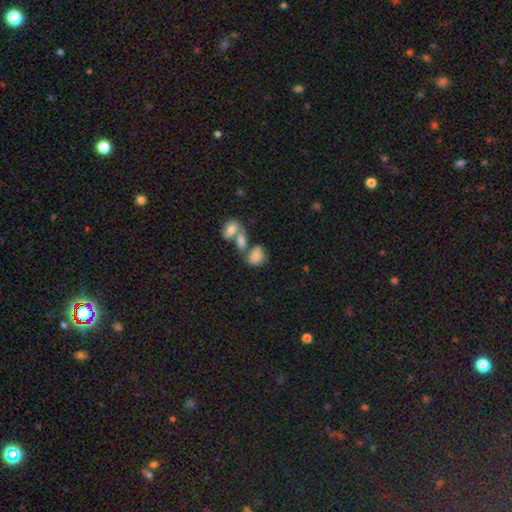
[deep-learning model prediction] Smooth or featured?
  - smooth: 78% *
  - featured or disk: 13%
  - star or artifact: 9%
How rounded?
  - in between: 60% *
  - round: 38%
  - cigar-shaped: 2%
Merging?
  - merger: 48% *
  - none: 30%
  - minor disturbance: 14%
  - major disturbance: 8%